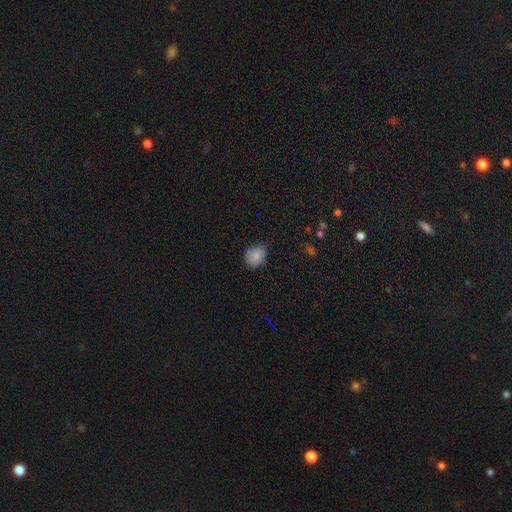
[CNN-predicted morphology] Q: Smooth or featured?
A: smooth (83%); runner-up: featured or disk (9%)
Q: How rounded?
A: round (57%); runner-up: in between (42%)
Q: Merging?
A: none (71%); runner-up: minor disturbance (24%)